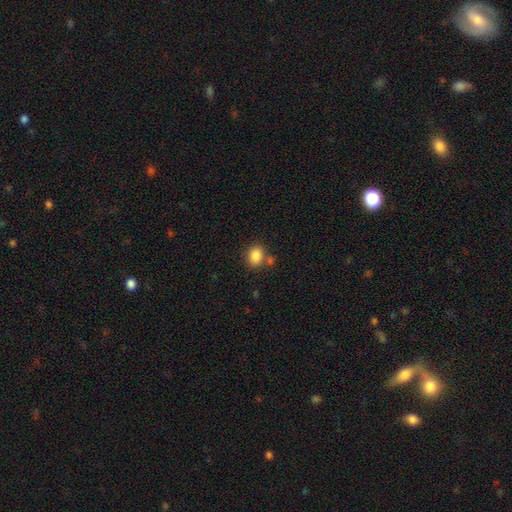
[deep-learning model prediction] Smooth or featured? Predicted: smooth (p=0.85). How rounded? Predicted: in between (p=0.52). Merging? Predicted: none (p=0.70).